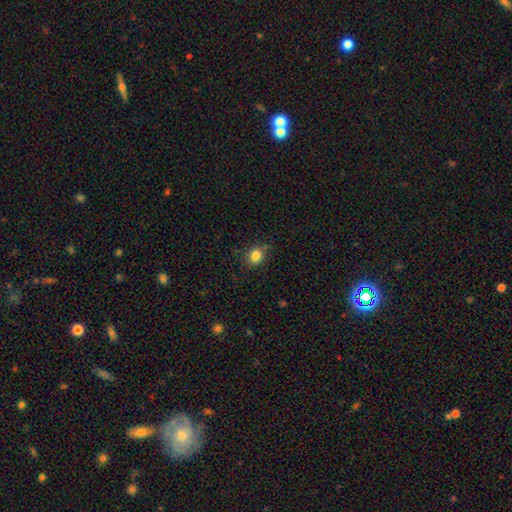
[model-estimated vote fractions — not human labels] Smooth or featured? Predicted: smooth (p=0.84). How rounded? Predicted: round (p=0.56). Merging? Predicted: none (p=0.81).